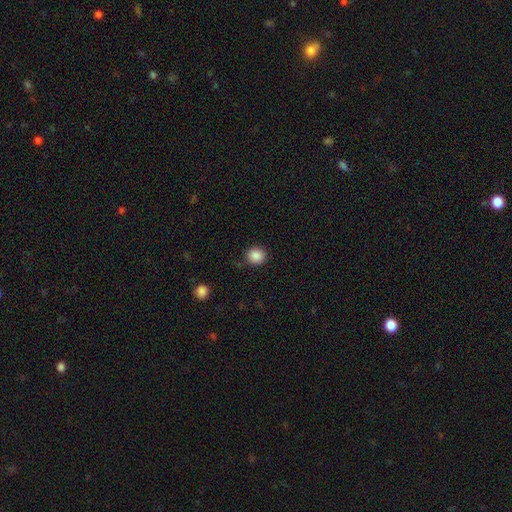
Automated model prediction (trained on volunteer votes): A smooth galaxy with no disk features (88%) that is round (85%). Merging: none (88%).